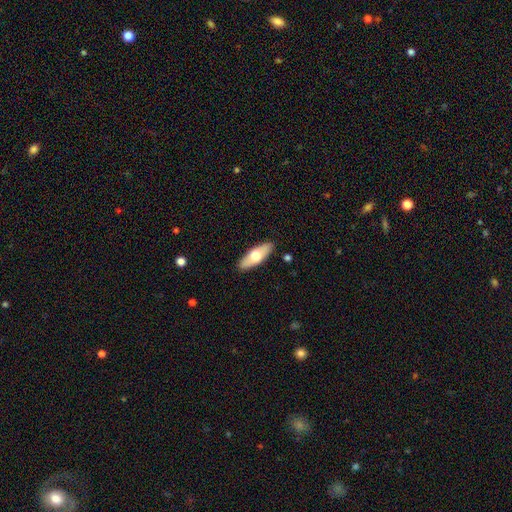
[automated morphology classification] This is likely a smooth galaxy (61%). How rounded: likely in between (65%). Merging: clearly none (89%).